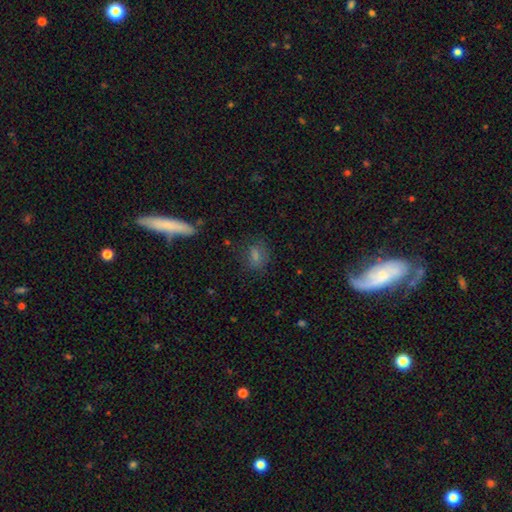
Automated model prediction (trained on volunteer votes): This is likely a smooth galaxy (73%). How rounded: likely in between (67%). Merging: likely none (66%).